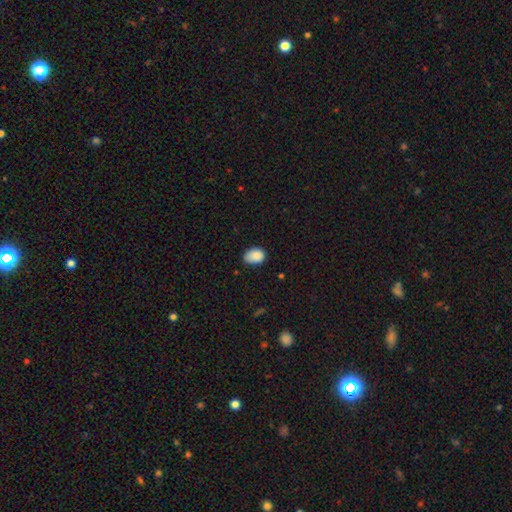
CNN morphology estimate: type=smooth (87%); roundness=in between (78%); merging=none (64%).